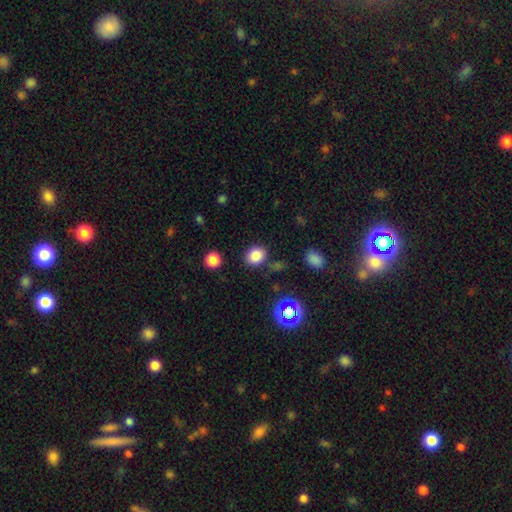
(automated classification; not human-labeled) Smooth or featured?
  - smooth: 82% *
  - star or artifact: 12%
  - featured or disk: 6%
How rounded?
  - round: 53% *
  - in between: 46%
  - cigar-shaped: 1%
Merging?
  - none: 80% *
  - minor disturbance: 11%
  - merger: 5%
  - major disturbance: 4%